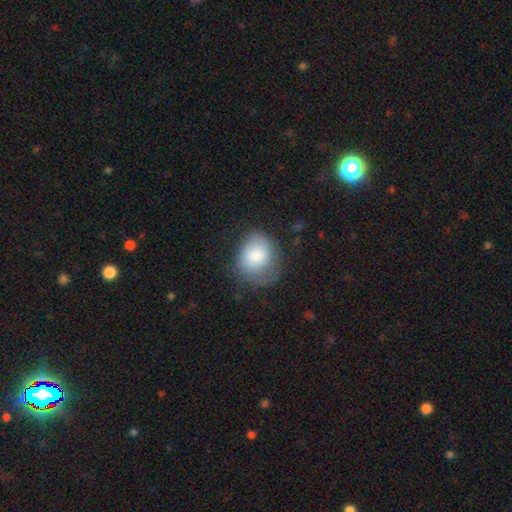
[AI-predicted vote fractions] The model was most divided on "merging": none: 56%, minor disturbance: 29%, major disturbance: 14%, merger: 1%. More confident: smooth or featured — smooth (78%); how rounded — round (65%).